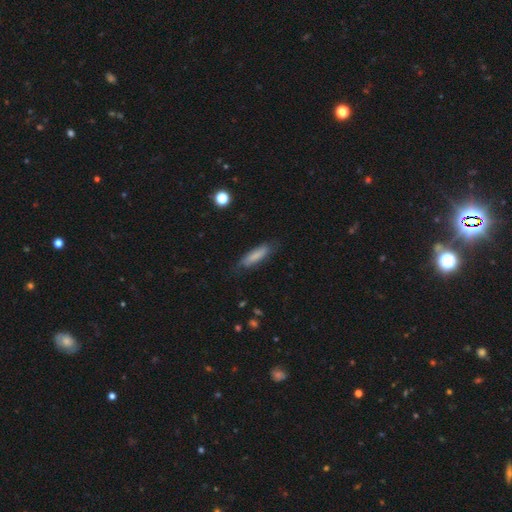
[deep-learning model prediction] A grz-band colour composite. It shows a smooth galaxy with no disk features (77%) that is cigar-shaped (62%). Merging: none (76%).